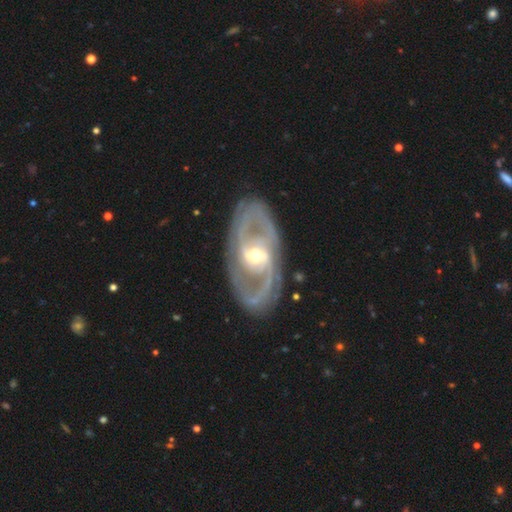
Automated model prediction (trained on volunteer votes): Smooth or featured? featured or disk (89%)
Edge-on disk? no (94%)
Bar? weak (43%)
Spiral arms? yes (93%)
Spiral winding? medium (46%)
Spiral arm count? 2 (78%)
Bulge size? moderate (64%)
Merging? none (80%)